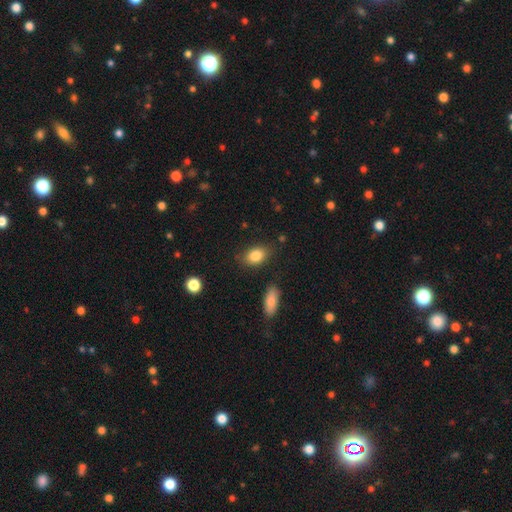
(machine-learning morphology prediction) Smooth or featured? Predicted: smooth (p=0.84). How rounded? Predicted: in between (p=0.82). Merging? Predicted: none (p=0.80).